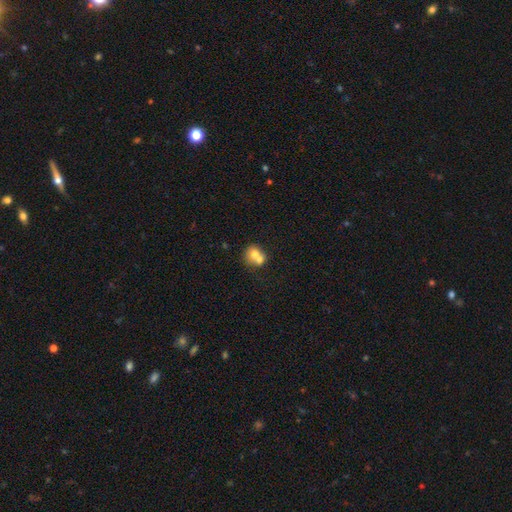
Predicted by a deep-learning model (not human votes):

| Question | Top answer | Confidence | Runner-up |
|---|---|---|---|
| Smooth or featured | smooth | 68% | featured or disk (23%) |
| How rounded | round | 71% | in between (28%) |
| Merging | merger | 60% | none (29%) |